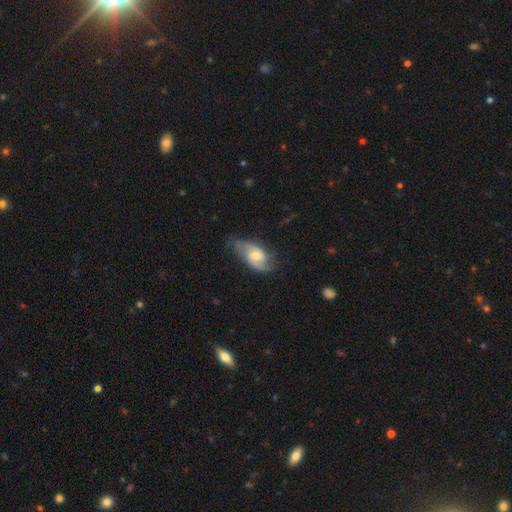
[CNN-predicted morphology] Smooth or featured?
  - featured or disk: 60% *
  - smooth: 33%
  - star or artifact: 6%
Edge-on disk?
  - no: 93% *
  - yes: 7%
Bar?
  - no: 57% *
  - weak: 37%
  - strong: 6%
Spiral arms?
  - yes: 88% *
  - no: 12%
Bulge size?
  - moderate: 57% *
  - small: 27%
  - large: 11%
  - none: 4%
  - dominant: 1%
Merging?
  - none: 53% *
  - minor disturbance: 32%
  - major disturbance: 13%
  - merger: 2%